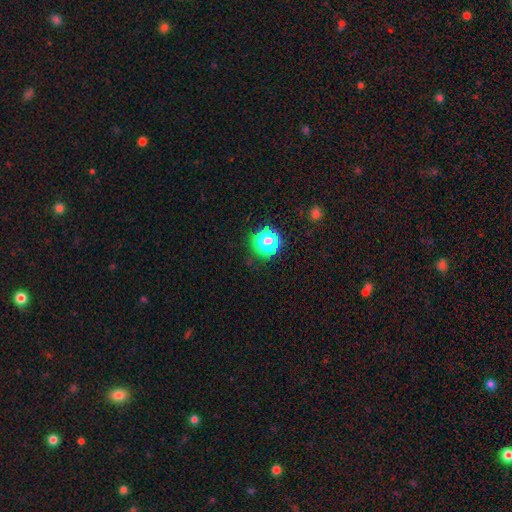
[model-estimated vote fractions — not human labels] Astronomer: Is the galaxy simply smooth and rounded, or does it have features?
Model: star or artifact — 61%.